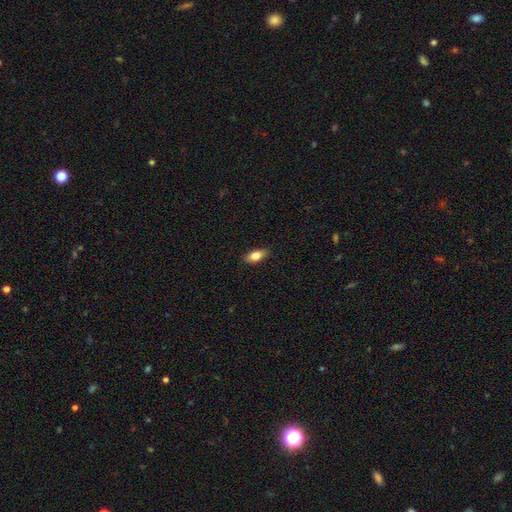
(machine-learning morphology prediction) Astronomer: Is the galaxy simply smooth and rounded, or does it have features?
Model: smooth — 78%.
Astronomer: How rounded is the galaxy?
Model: in between — 84%.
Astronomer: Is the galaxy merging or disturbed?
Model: none — 86%.